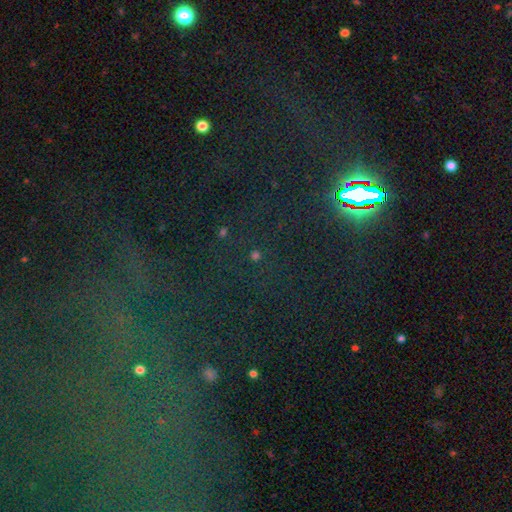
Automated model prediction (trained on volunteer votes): Q: Smooth or featured?
A: star or artifact (73%); runner-up: smooth (20%)